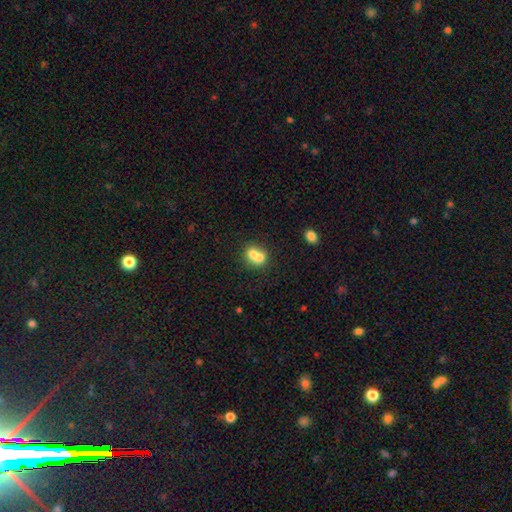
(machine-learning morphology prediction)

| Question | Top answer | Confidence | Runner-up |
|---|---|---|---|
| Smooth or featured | smooth | 69% | featured or disk (21%) |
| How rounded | round | 59% | in between (40%) |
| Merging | merger | 65% | none (25%) |